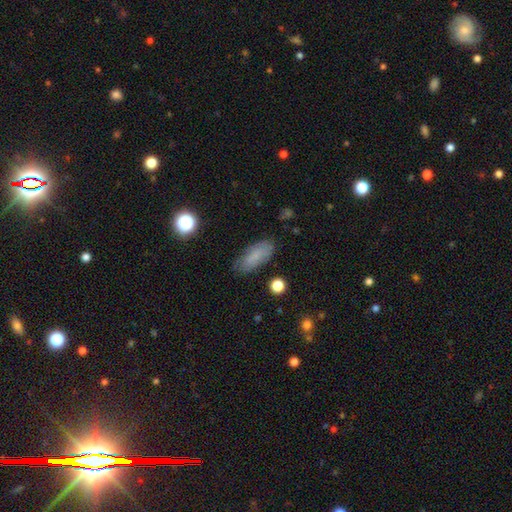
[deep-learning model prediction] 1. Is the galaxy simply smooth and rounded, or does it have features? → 77% smooth, 14% featured or disk, 9% star or artifact.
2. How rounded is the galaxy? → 79% in between, 18% cigar-shaped, 3% round.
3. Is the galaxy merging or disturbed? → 79% none, 15% minor disturbance, 4% major disturbance, 2% merger.